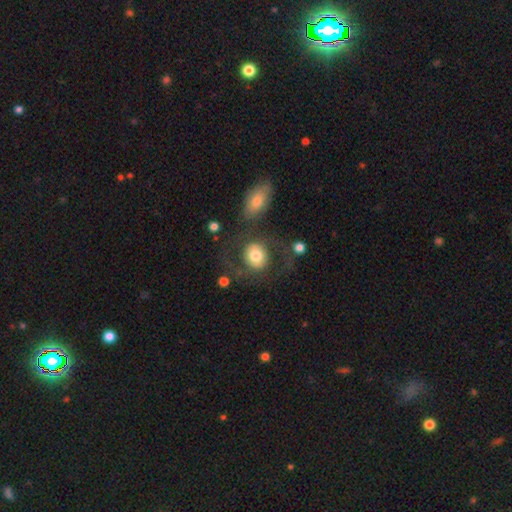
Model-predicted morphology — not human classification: Smooth or featured?
  - smooth: 65% *
  - featured or disk: 28%
  - star or artifact: 7%
How rounded?
  - round: 72% *
  - in between: 27%
  - cigar-shaped: 1%
Merging?
  - none: 63% *
  - major disturbance: 15%
  - minor disturbance: 14%
  - merger: 8%